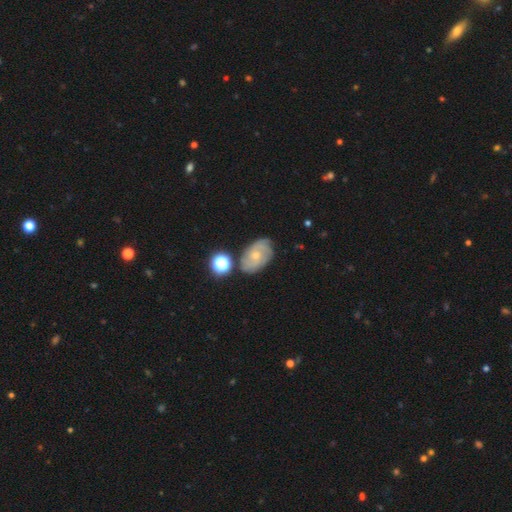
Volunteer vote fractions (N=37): Q: Smooth or featured?
A: featured or disk (73%); runner-up: smooth (19%)
Q: Edge-on disk?
A: no (93%); runner-up: yes (7%)
Q: Bar?
A: no (76%); runner-up: weak (24%)
Q: Spiral arms?
A: yes (92%); runner-up: no (8%)
Q: Spiral winding?
A: tight (61%); runner-up: medium (35%)
Q: Spiral arm count?
A: can't tell (39%); runner-up: 2 (22%)
Q: Bulge size?
A: small (64%); runner-up: moderate (32%)
Q: Merging?
A: none (79%); runner-up: minor disturbance (12%)